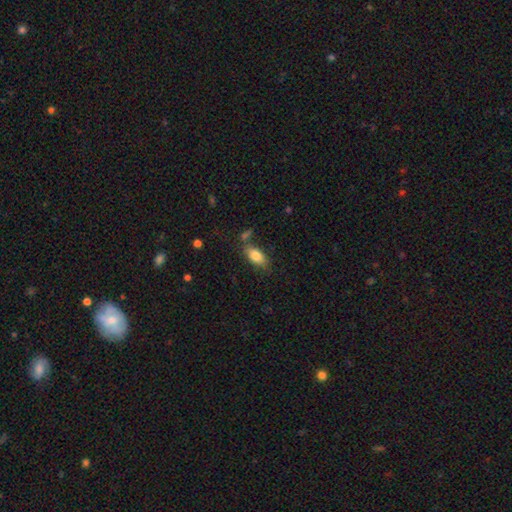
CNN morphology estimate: Q: Smooth or featured?
A: smooth (81%); runner-up: featured or disk (12%)
Q: How rounded?
A: in between (88%); runner-up: cigar-shaped (9%)
Q: Merging?
A: none (69%); runner-up: minor disturbance (16%)